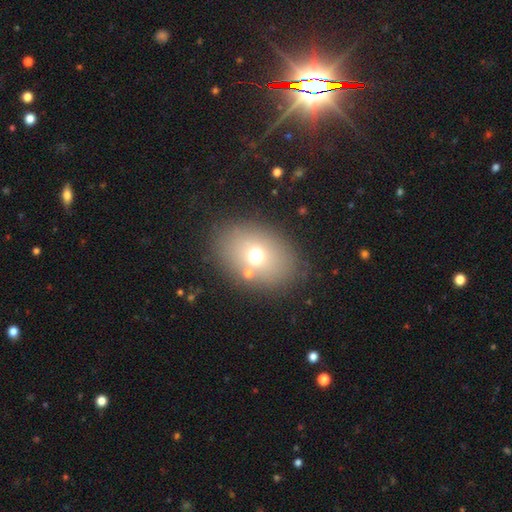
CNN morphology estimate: smooth-or-featured: smooth: 66% | featured or disk: 18% | star or artifact: 16%
  how-rounded: in between: 63% | round: 36% | cigar-shaped: 1%
  merging: none: 81% | minor disturbance: 10% | major disturbance: 5% | merger: 5%